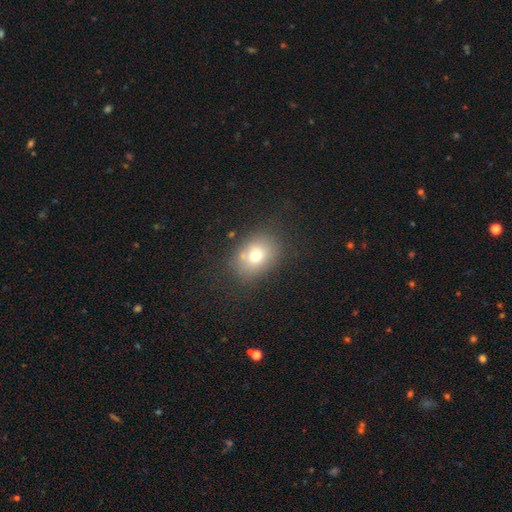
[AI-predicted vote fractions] A smooth galaxy with no disk features (71%) that is in between round and cigar-shaped (54%).

Vote fractions:
- Smooth or featured? smooth: 71% / featured or disk: 15% / star or artifact: 14%
- How rounded? in between: 54% / round: 45% / cigar-shaped: 1%
- Merging? none: 74% / minor disturbance: 15% / major disturbance: 6% / merger: 4%